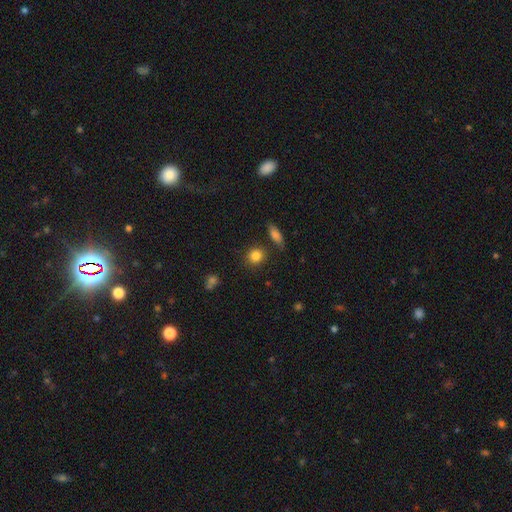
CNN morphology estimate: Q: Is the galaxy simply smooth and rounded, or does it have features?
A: smooth — 84%.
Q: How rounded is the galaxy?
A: round — 80%.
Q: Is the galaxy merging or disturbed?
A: none — 82%.